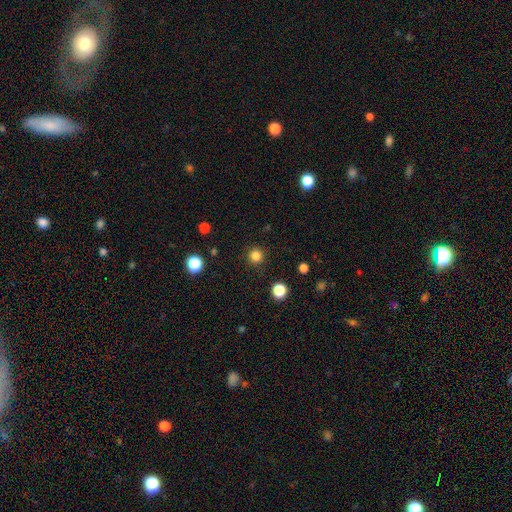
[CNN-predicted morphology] smooth_or_featured: smooth (p=0.83) [alt: star or artifact p=0.13]
how_rounded: round (p=0.96) [alt: in between p=0.03]
merging: none (p=0.91) [alt: minor disturbance p=0.05]